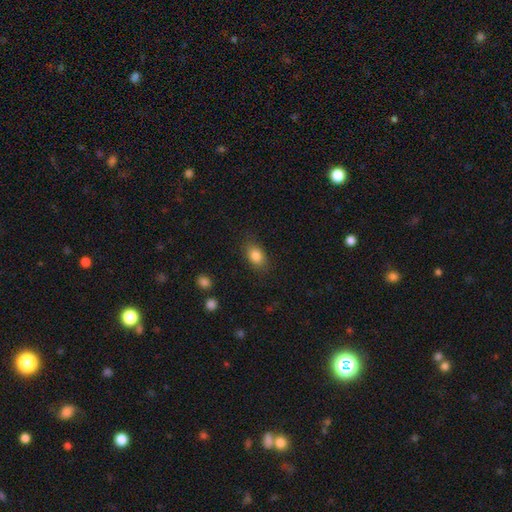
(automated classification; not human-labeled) Morphology: type=smooth (84%); roundness=in between (80%); merging=none (81%).